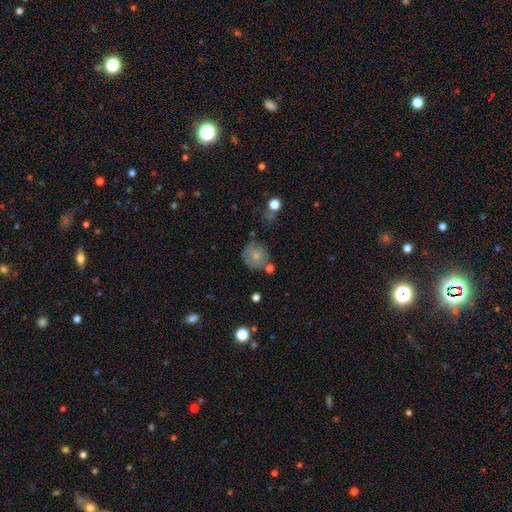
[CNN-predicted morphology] Smooth or featured? Predicted: smooth (p=0.72). How rounded? Predicted: round (p=0.85). Merging? Predicted: none (p=0.59).